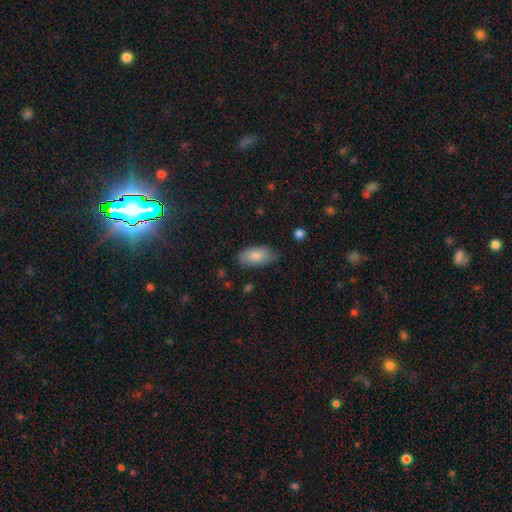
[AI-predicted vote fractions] The model was most divided on "merging": none: 73%, minor disturbance: 21%, major disturbance: 4%, merger: 1%. More confident: how rounded — in between (92%); smooth or featured — smooth (82%).